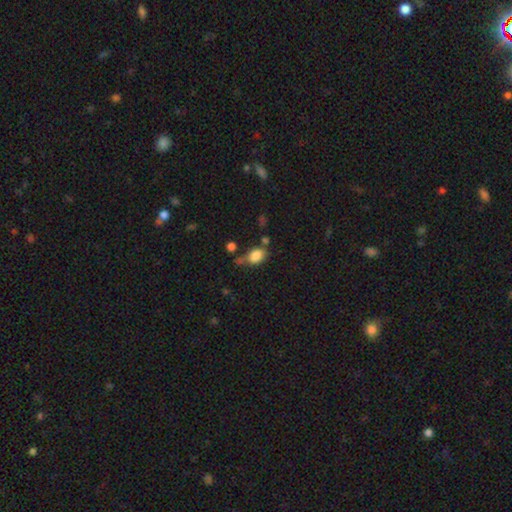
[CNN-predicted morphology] Q: Smooth or featured?
A: smooth (83%); runner-up: star or artifact (10%)
Q: How rounded?
A: in between (74%); runner-up: round (24%)
Q: Merging?
A: none (49%); runner-up: minor disturbance (24%)